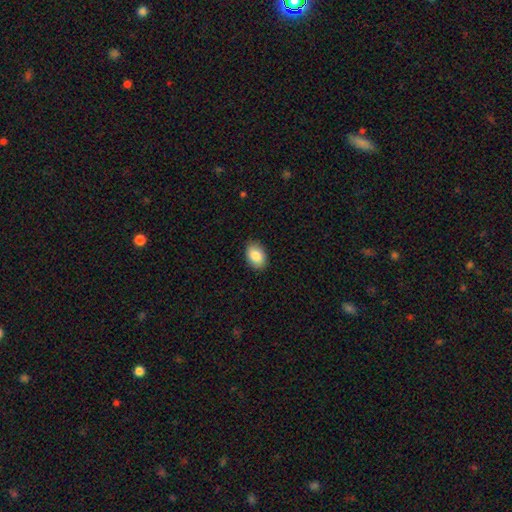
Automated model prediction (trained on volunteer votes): Overall: smooth (86%). How rounded: in between (86%). Merging: none (88%).